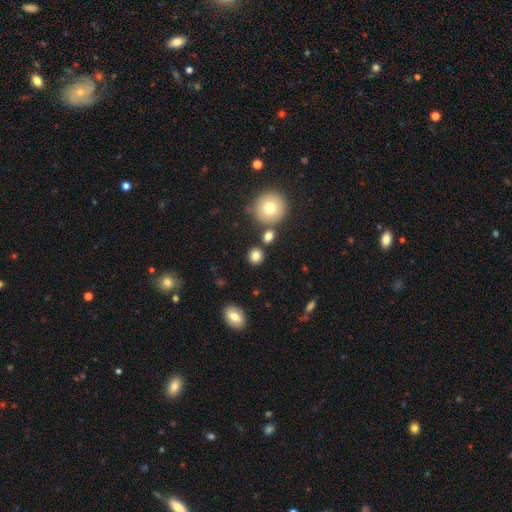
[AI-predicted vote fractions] Q: Smooth or featured?
A: smooth (82%); runner-up: star or artifact (11%)
Q: How rounded?
A: round (87%); runner-up: in between (12%)
Q: Merging?
A: none (83%); runner-up: minor disturbance (8%)